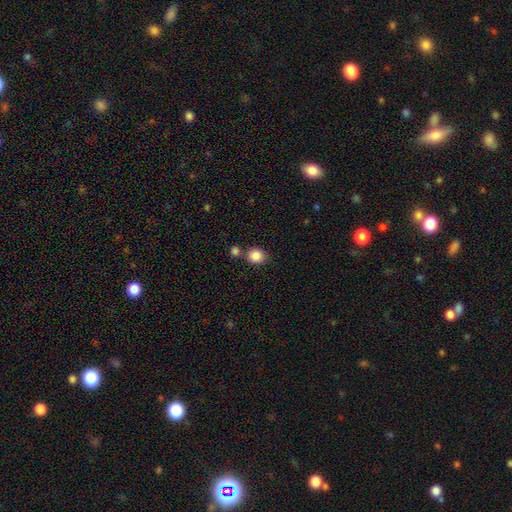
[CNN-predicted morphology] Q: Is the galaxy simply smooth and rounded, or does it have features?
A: smooth — 87%.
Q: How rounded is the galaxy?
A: round — 74%.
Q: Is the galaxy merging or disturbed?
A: none — 67%.